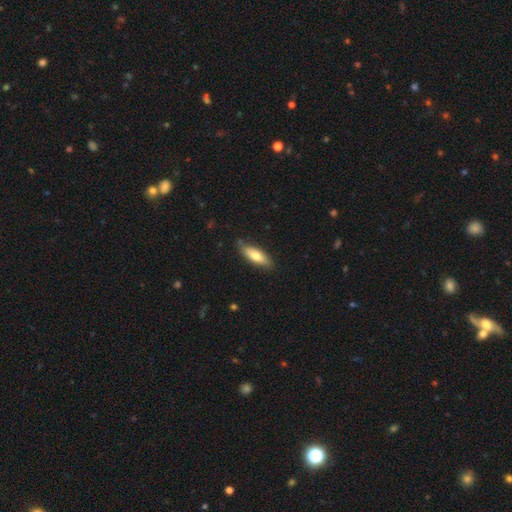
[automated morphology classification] Smooth or featured? smooth (71%)
How rounded? in between (58%)
Merging? none (83%)